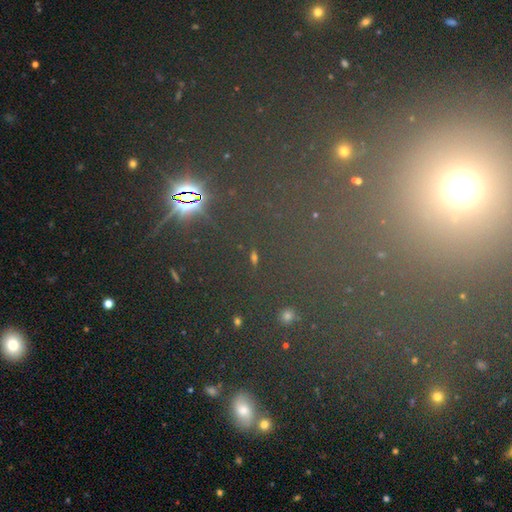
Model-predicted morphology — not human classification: This appears to be a star or artifact, not a galaxy (62%).